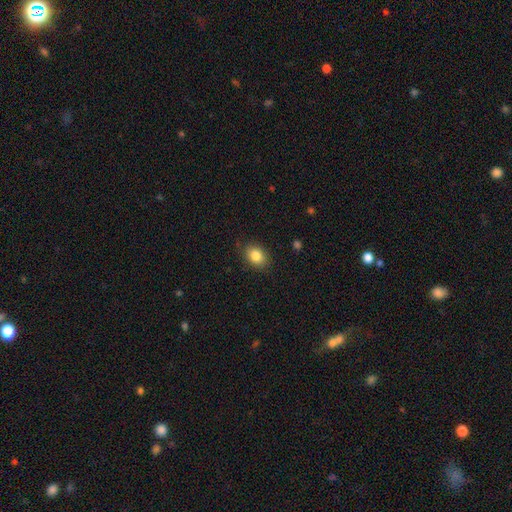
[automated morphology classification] smooth_or_featured: smooth (p=0.85) [alt: star or artifact p=0.09]
how_rounded: in between (p=0.63) [alt: round p=0.36]
merging: none (p=0.85) [alt: minor disturbance p=0.11]